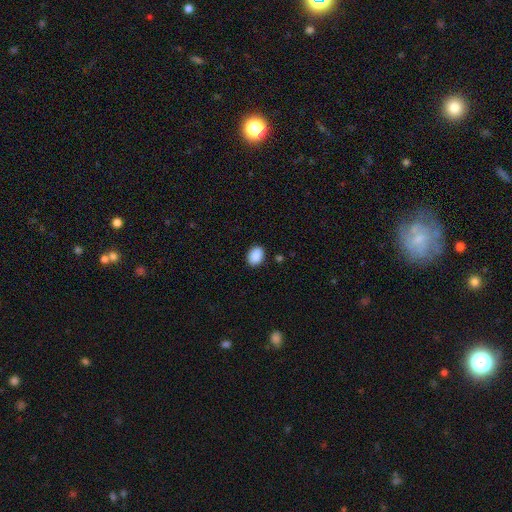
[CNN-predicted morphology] A smooth galaxy with no disk features (90%) that is in between round and cigar-shaped (72%).

Vote fractions:
- Smooth or featured? smooth: 90% / star or artifact: 7% / featured or disk: 3%
- How rounded? in between: 72% / round: 27% / cigar-shaped: 1%
- Merging? none: 88% / minor disturbance: 9% / major disturbance: 2% / merger: 1%